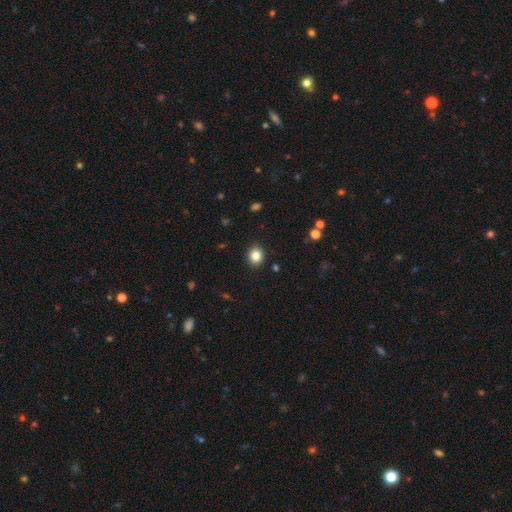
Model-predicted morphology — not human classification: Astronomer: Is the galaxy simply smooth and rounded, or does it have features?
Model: smooth — 84%.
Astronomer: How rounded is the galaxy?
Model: round — 73%.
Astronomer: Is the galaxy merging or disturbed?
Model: none — 90%.